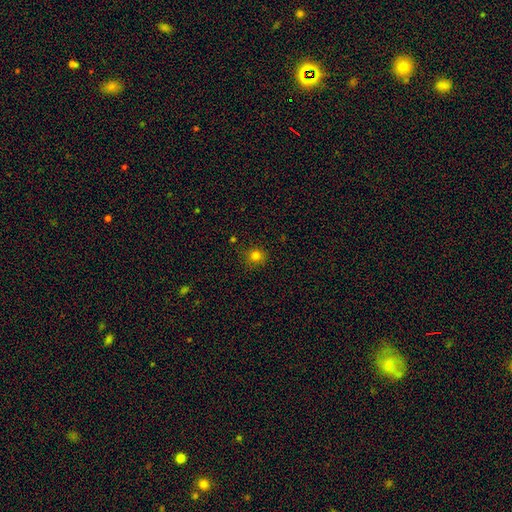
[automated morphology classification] Q: Smooth or featured?
A: smooth (79%); runner-up: star or artifact (15%)
Q: How rounded?
A: round (87%); runner-up: in between (12%)
Q: Merging?
A: none (84%); runner-up: minor disturbance (11%)